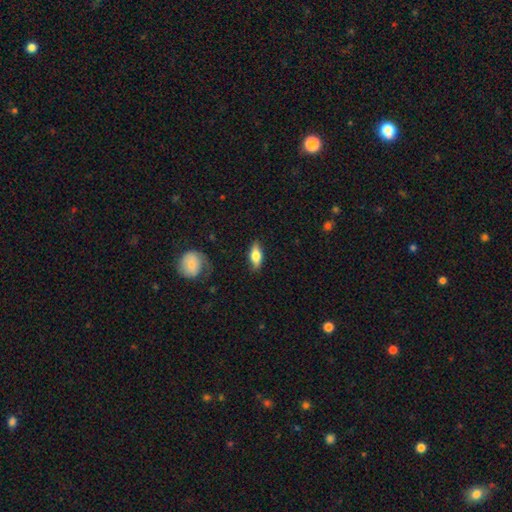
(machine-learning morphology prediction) A smooth galaxy with no disk features (63%) that is in between round and cigar-shaped (72%).

Vote fractions:
- Smooth or featured? smooth: 63% / featured or disk: 31% / star or artifact: 6%
- How rounded? in between: 72% / cigar-shaped: 24% / round: 4%
- Merging? none: 82% / minor disturbance: 13% / major disturbance: 3% / merger: 1%